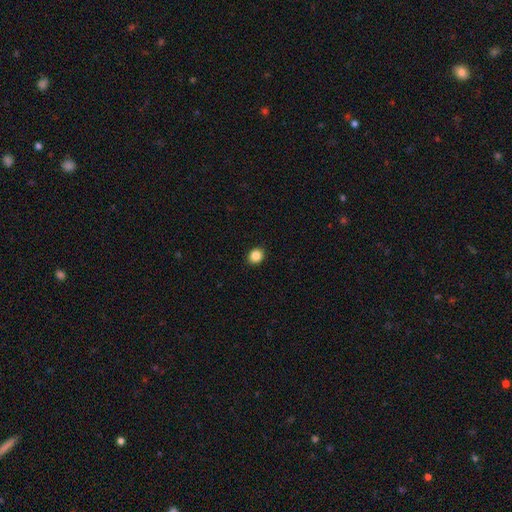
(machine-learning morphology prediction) This appears to be a smooth galaxy with no disk features (87%) that is round (69%). Merging: none (92%).